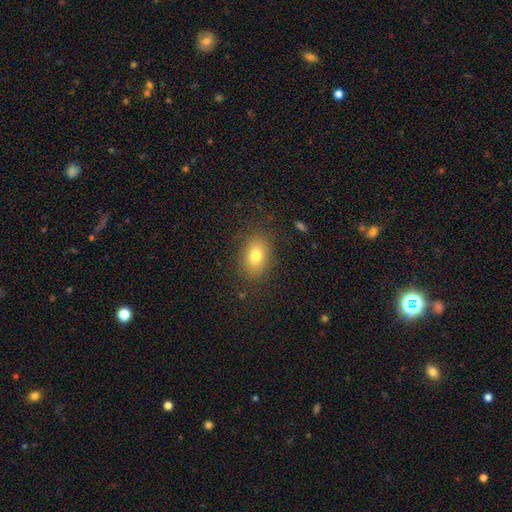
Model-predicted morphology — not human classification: Overall: smooth (78%). How rounded: in between (76%). Merging: none (85%).